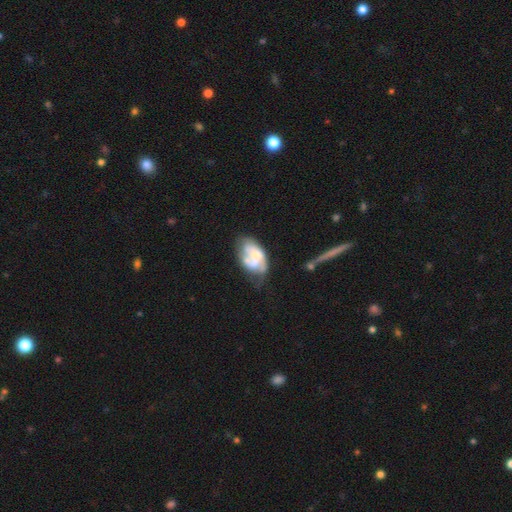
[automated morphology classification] Overall: featured or disk (61%; smooth 32%). Edge-on disk: no (97%). Bar: no (72%). Spiral arms: yes (52%; no 48%). Bulge size: moderate (36%; small 34%). Merging: none (31%; minor disturbance 27%).